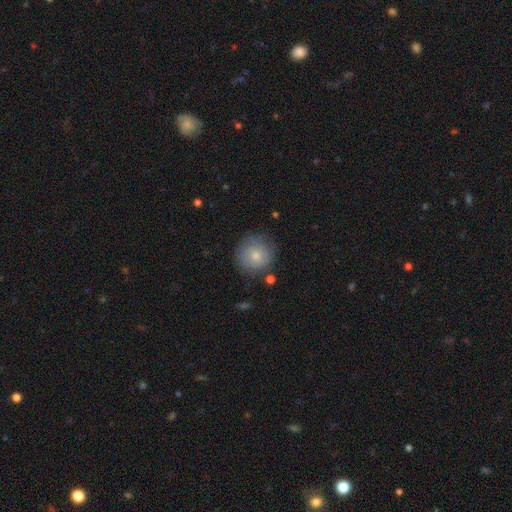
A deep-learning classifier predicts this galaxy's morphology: Smooth or featured? Predicted: smooth (p=0.74). How rounded? Predicted: round (p=0.93). Merging? Predicted: none (p=0.78).